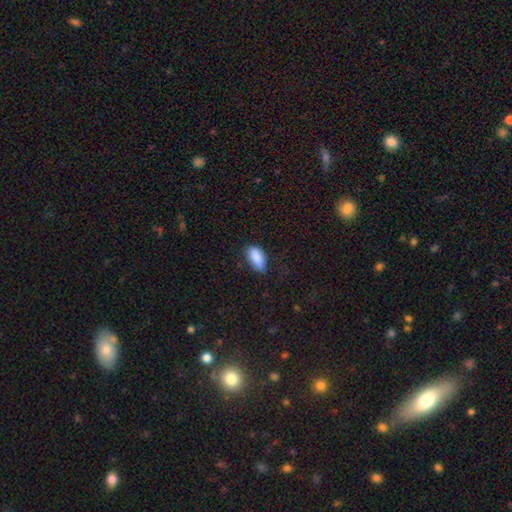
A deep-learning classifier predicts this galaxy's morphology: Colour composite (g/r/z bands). It shows a smooth galaxy with no disk features (87%) that is in between round and cigar-shaped (90%). Merging: none (62%).